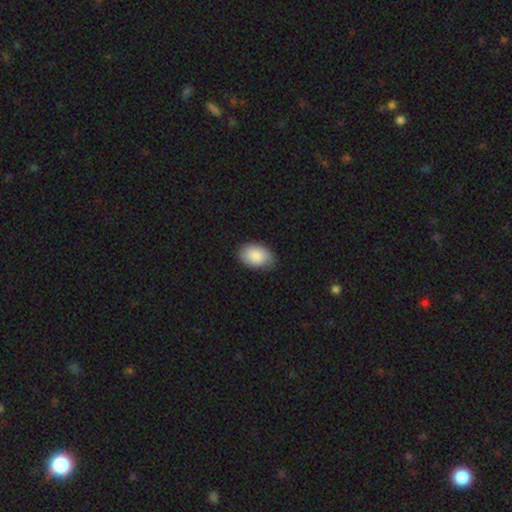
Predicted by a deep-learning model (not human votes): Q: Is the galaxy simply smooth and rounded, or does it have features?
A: smooth — 87%.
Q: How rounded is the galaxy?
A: in between — 88%.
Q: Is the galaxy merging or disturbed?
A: none — 78%.